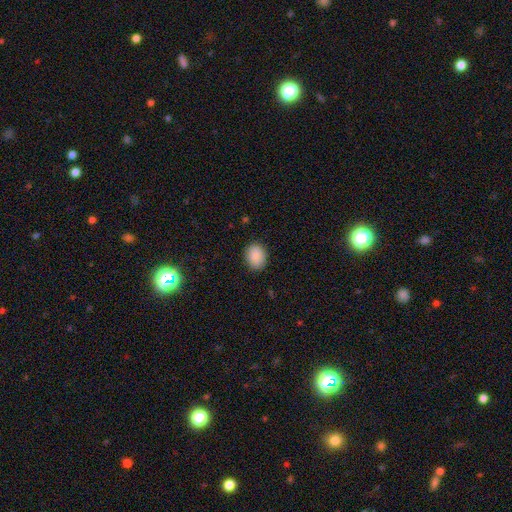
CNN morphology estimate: This appears to be a smooth galaxy with no disk features (88%) that is in between round and cigar-shaped (50%). Merging: none (88%).